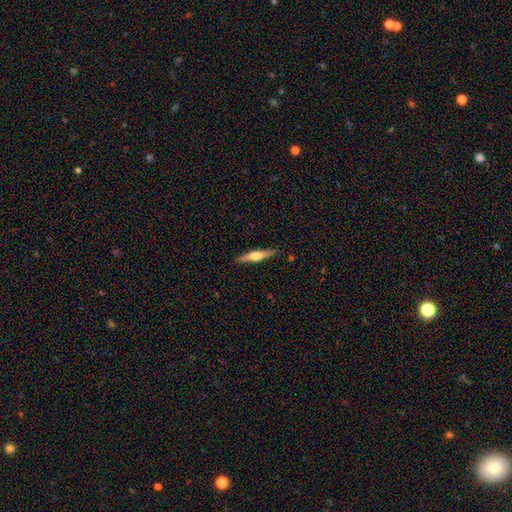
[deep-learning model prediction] Smooth or featured?
  - featured or disk: 64% *
  - smooth: 30%
  - star or artifact: 5%
Edge-on disk?
  - yes: 97% *
  - no: 3%
Edge-on bulge?
  - rounded: 92% *
  - boxy: 5%
  - none: 3%
Merging?
  - none: 90% *
  - minor disturbance: 8%
  - major disturbance: 2%
  - merger: 1%